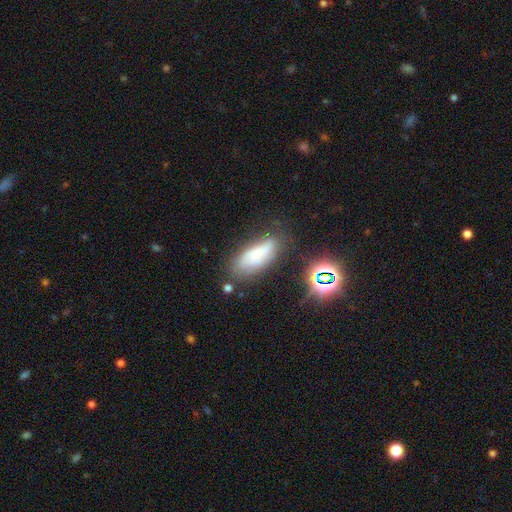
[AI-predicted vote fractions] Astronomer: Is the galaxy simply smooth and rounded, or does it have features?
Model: smooth — 53% (runner-up: featured or disk, 33%).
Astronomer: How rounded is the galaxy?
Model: in between — 72%.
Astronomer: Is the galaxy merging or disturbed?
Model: none — 63%.